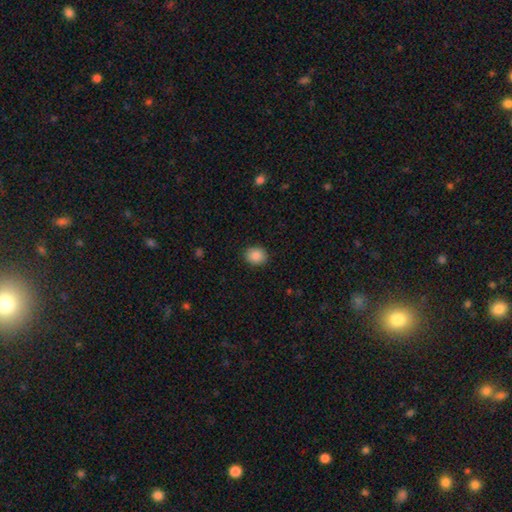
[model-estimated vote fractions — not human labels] A smooth galaxy with no disk features (88%) that is round (59%).

Vote fractions:
- Smooth or featured? smooth: 88% / star or artifact: 8% / featured or disk: 3%
- How rounded? round: 59% / in between: 40% / cigar-shaped: 1%
- Merging? none: 90% / minor disturbance: 7% / major disturbance: 2% / merger: 1%